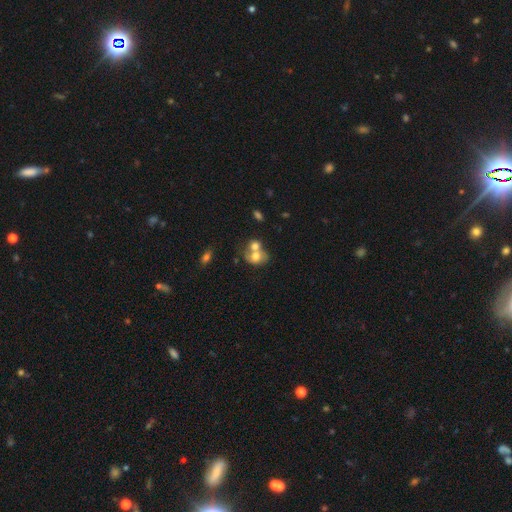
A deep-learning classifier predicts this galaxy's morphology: smooth_or_featured: smooth (p=0.65) [alt: featured or disk p=0.25]
how_rounded: round (p=0.52) [alt: in between p=0.47]
merging: merger (p=0.61) [alt: none p=0.25]